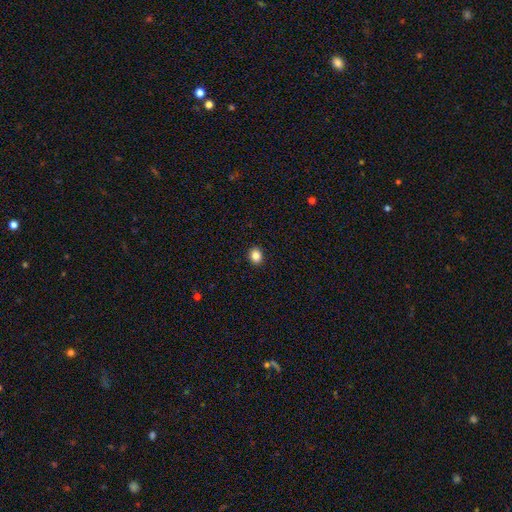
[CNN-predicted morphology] type=smooth (86%); roundness=round (62%); merging=none (92%).